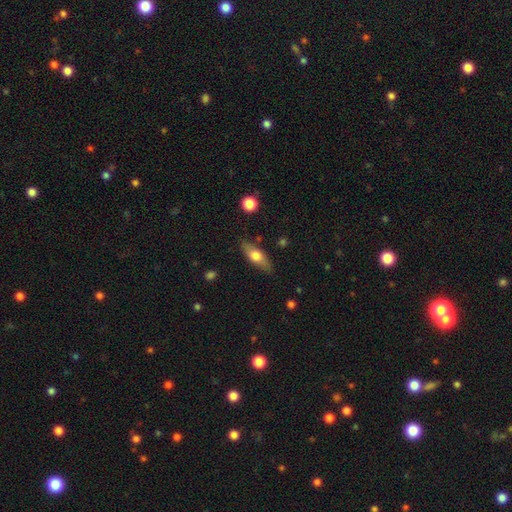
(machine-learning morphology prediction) smooth-or-featured: smooth: 60% | featured or disk: 34% | star or artifact: 6%
  how-rounded: in between: 64% | cigar-shaped: 32% | round: 3%
  merging: none: 80% | minor disturbance: 14% | major disturbance: 3% | merger: 2%